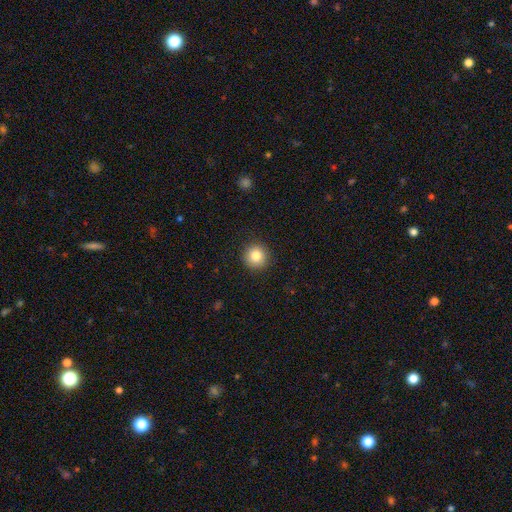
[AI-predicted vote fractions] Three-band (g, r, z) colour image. It shows a smooth galaxy with no disk features (83%) that is round (95%). Merging: none (91%).